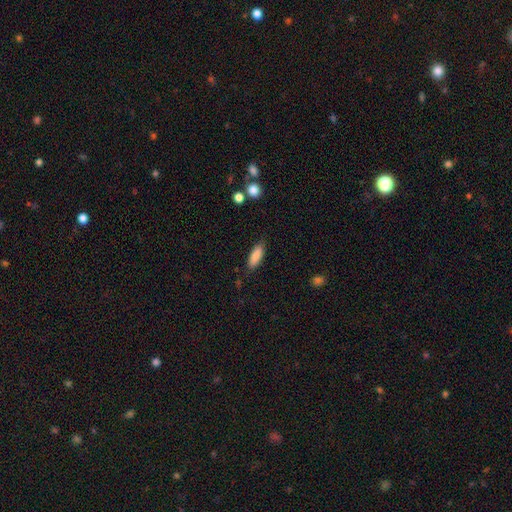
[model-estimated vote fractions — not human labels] smooth-or-featured: smooth: 87% | featured or disk: 7% | star or artifact: 7%
  how-rounded: in between: 64% | cigar-shaped: 34% | round: 2%
  merging: none: 83% | minor disturbance: 13% | major disturbance: 3% | merger: 2%